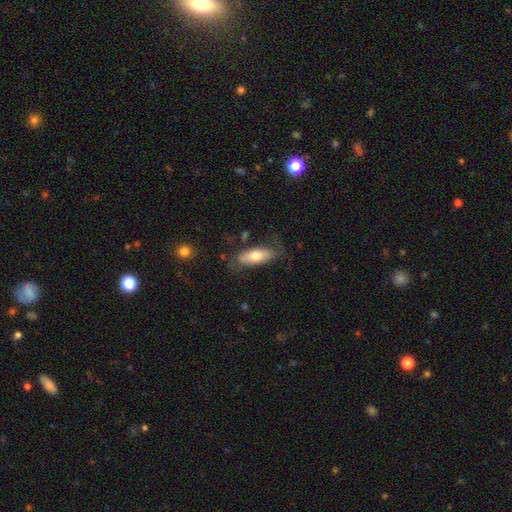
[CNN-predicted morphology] This is likely a smooth galaxy (67%). How rounded: likely in between (74%). Merging: likely none (65%).